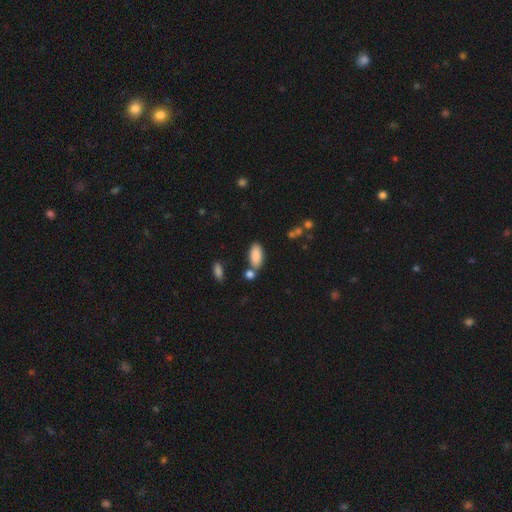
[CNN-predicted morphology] smooth-or-featured: smooth: 87% | star or artifact: 7% | featured or disk: 6%
  how-rounded: in between: 89% | cigar-shaped: 8% | round: 2%
  merging: none: 68% | merger: 16% | minor disturbance: 13% | major disturbance: 3%